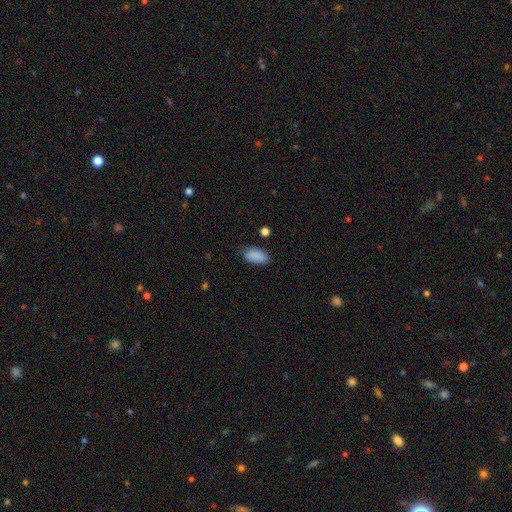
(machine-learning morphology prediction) type=smooth (89%); roundness=in between (93%); merging=none (78%).